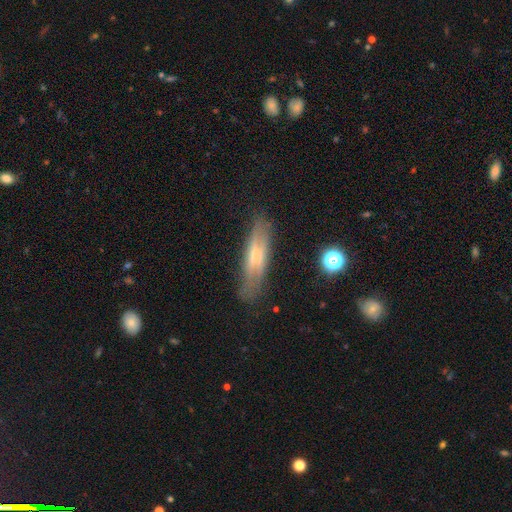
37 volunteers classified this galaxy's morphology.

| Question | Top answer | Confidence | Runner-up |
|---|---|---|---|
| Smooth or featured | smooth | 51% | featured or disk (43%) |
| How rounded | cigar-shaped | 84% | in between (11%) |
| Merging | none | 71% | major disturbance (17%) |